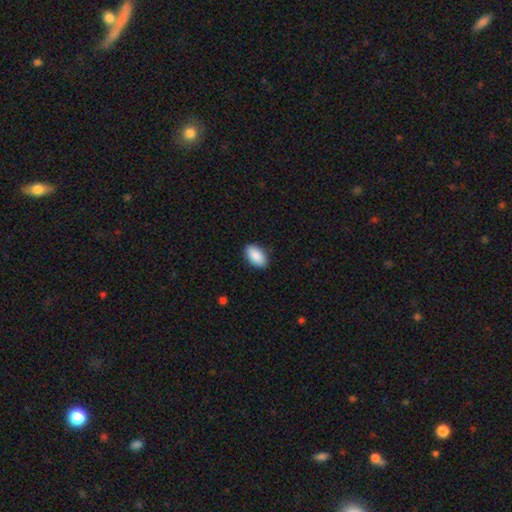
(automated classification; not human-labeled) The model was most divided on "merging": none: 89%, minor disturbance: 9%, major disturbance: 2%, merger: 1%. More confident: how rounded — in between (94%); smooth or featured — smooth (89%).